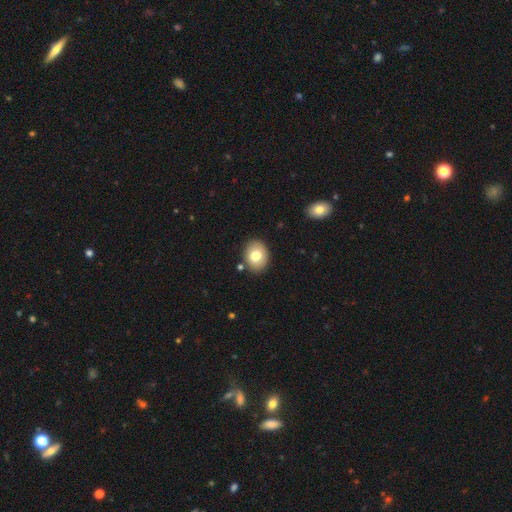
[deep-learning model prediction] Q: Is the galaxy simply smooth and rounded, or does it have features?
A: smooth — 76%.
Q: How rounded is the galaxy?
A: in between — 56%.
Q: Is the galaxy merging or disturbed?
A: none — 85%.